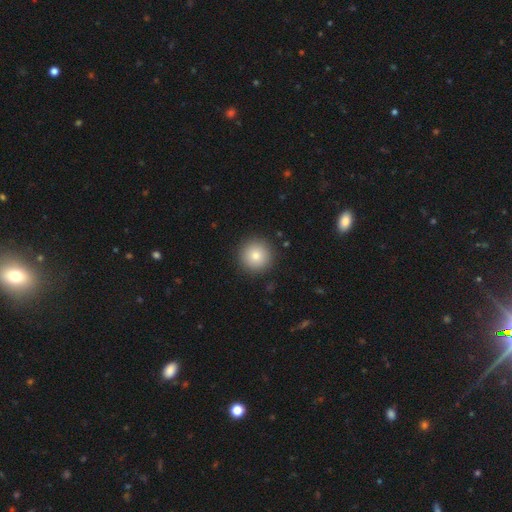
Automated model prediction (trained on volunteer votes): smooth 82%, star or artifact 10%, featured or disk 8%. Down the decision tree: how rounded — round (96%); merging — none (92%).